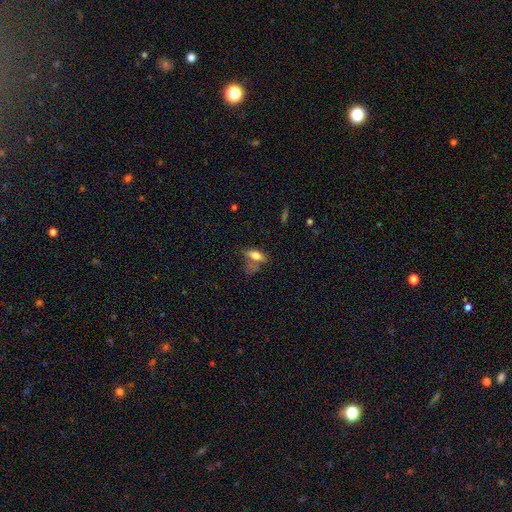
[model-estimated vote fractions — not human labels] Smooth or featured? smooth (69%)
How rounded? in between (78%)
Merging? none (38%)